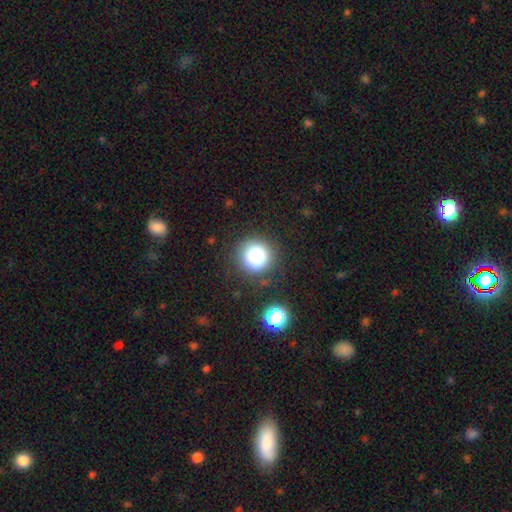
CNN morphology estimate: A smooth galaxy with no disk features (81%) that is round (94%).

Vote fractions:
- Smooth or featured? smooth: 81% / star or artifact: 12% / featured or disk: 7%
- How rounded? round: 94% / in between: 5% / cigar-shaped: 1%
- Merging? none: 86% / minor disturbance: 9% / major disturbance: 4% / merger: 2%